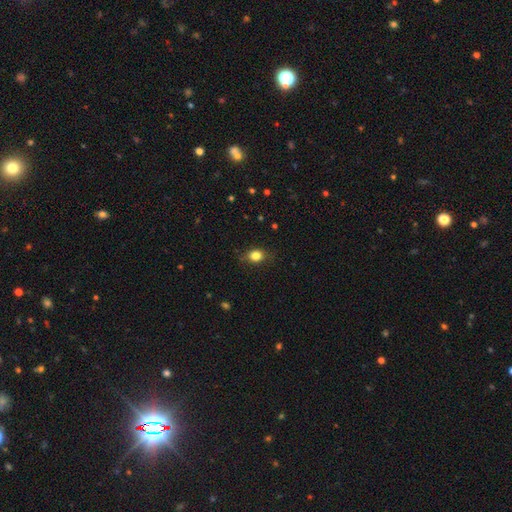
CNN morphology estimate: This is clearly a smooth galaxy (82%). How rounded: possibly in between (51%). Merging: likely none (78%).